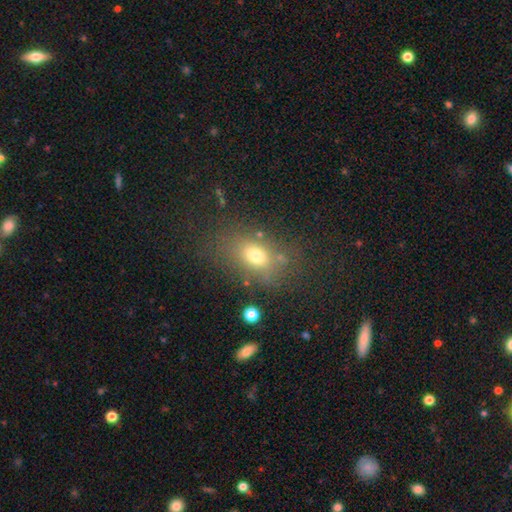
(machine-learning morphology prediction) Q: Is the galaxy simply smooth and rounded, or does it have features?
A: smooth — 71%.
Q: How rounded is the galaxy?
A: in between — 75%.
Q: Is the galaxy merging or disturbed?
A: none — 71%.